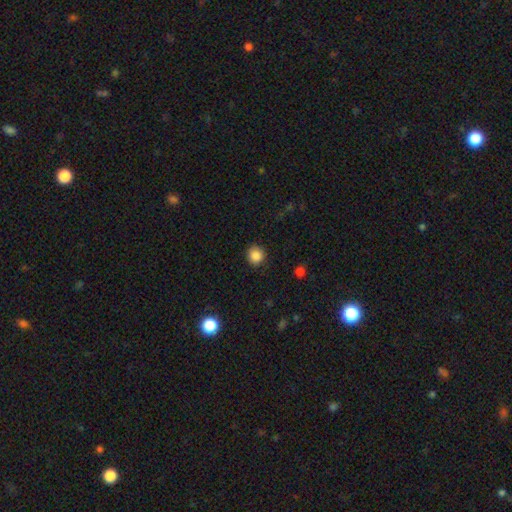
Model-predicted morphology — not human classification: Smooth or featured: smooth — 86% (star or artifact — 11%)
How rounded: round — 91% (in between — 8%)
Merging: none — 90% (minor disturbance — 7%)